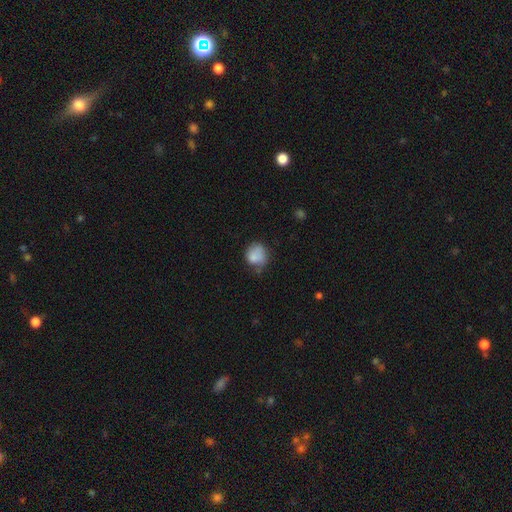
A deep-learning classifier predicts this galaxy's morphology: smooth-or-featured: smooth: 79% | featured or disk: 12% | star or artifact: 9%
  how-rounded: round: 75% | in between: 24% | cigar-shaped: 1%
  merging: none: 50% | minor disturbance: 31% | major disturbance: 11% | merger: 8%